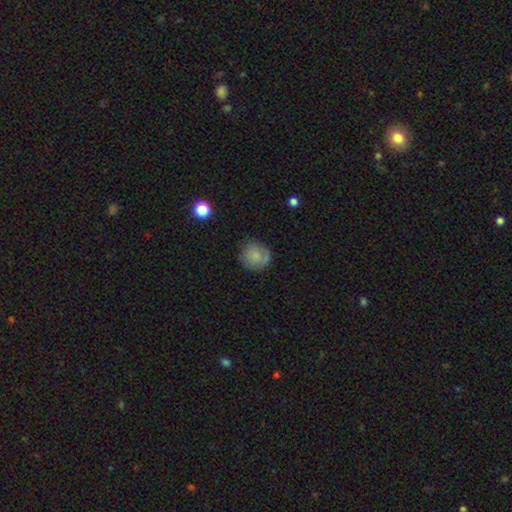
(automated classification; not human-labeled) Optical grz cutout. It shows a smooth galaxy with no disk features (70%) that is round (89%). Merging: none (71%).